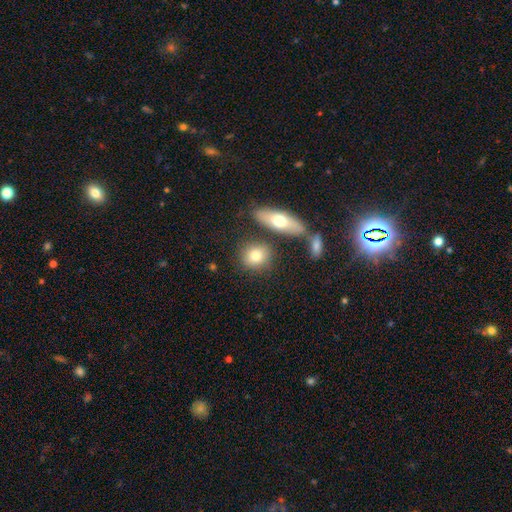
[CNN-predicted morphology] Smooth or featured?
  - smooth: 78% *
  - featured or disk: 14%
  - star or artifact: 8%
How rounded?
  - round: 63% *
  - in between: 33%
  - cigar-shaped: 4%
Merging?
  - none: 72% *
  - merger: 13%
  - minor disturbance: 11%
  - major disturbance: 4%